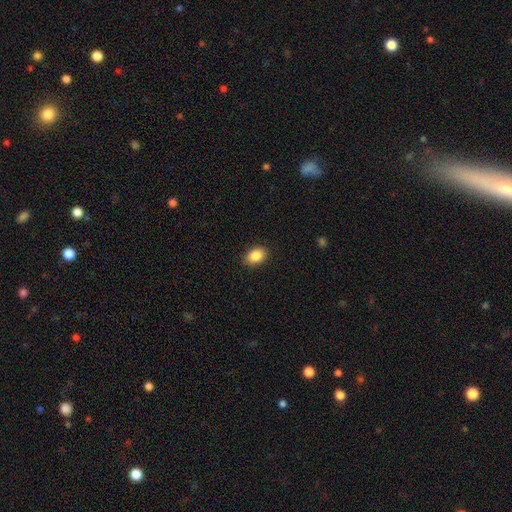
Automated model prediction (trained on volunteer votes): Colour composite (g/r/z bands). It shows a smooth galaxy with no disk features (88%) that is in between round and cigar-shaped (76%). Merging: none (88%).